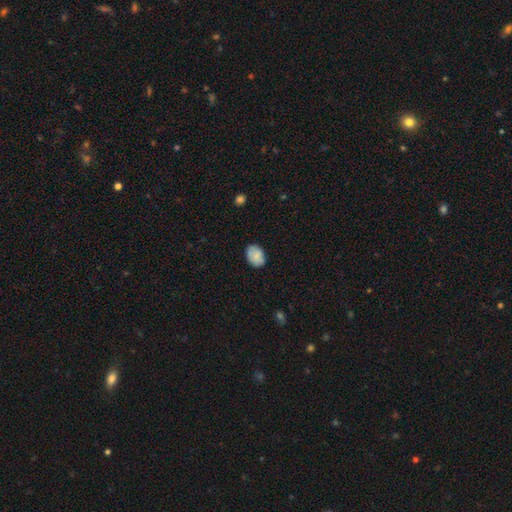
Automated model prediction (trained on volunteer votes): smooth 81%, featured or disk 12%, star or artifact 8%. Down the decision tree: how rounded — in between (77%); merging — none (76%).